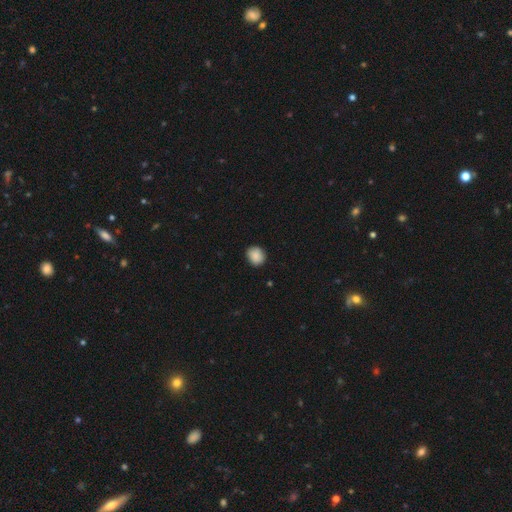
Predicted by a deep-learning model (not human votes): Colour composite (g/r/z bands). It shows a smooth galaxy with no disk features (88%) that is round (74%). Merging: none (86%).